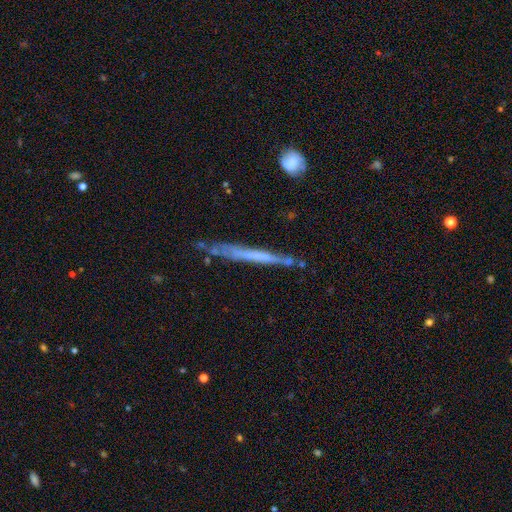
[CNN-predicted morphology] This is possibly a featured or disk galaxy (55%). It is clearly viewed edge-on (90%). Merging: likely none (72%).